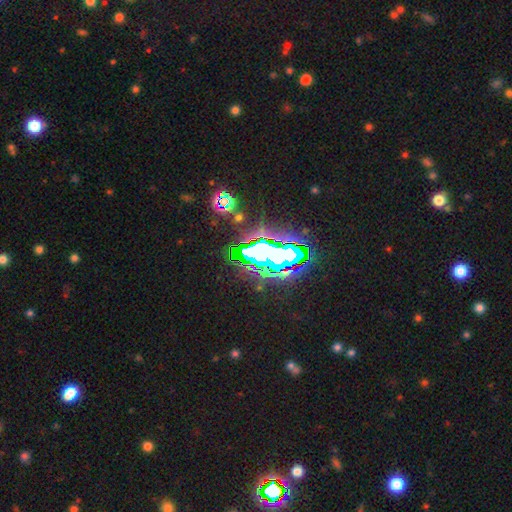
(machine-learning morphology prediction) star or artifact 57%, featured or disk 25%, smooth 17%.